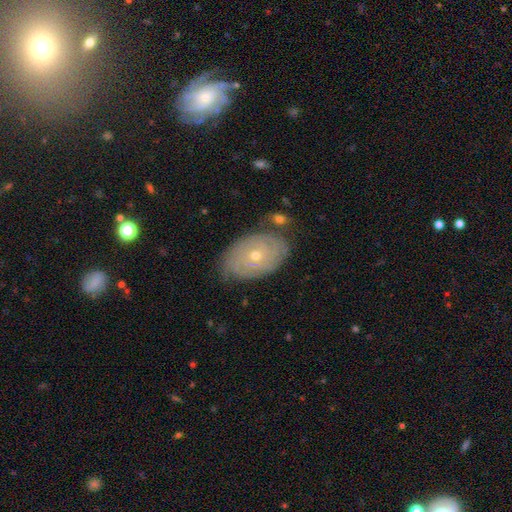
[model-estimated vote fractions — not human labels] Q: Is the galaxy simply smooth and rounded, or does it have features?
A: featured or disk — 76%.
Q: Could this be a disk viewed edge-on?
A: no — 95%.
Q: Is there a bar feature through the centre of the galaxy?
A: no — 83%.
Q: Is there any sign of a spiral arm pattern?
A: yes — 88%.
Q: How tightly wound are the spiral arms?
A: tight — 83%.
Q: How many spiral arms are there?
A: can't tell — 48%.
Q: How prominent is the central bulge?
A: small — 58%.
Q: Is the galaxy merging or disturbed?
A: none — 76%.